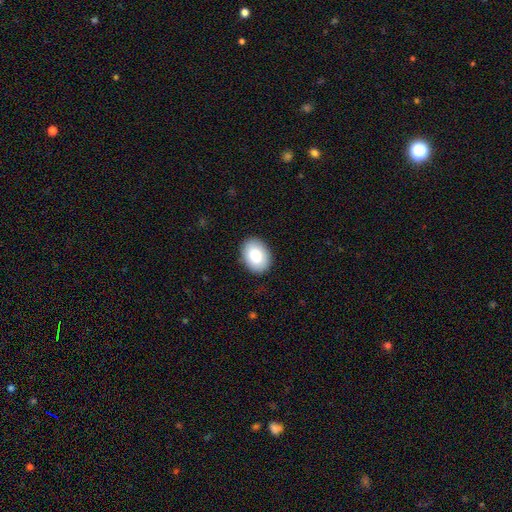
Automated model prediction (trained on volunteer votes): Smooth or featured: smooth — 82% (featured or disk — 11%)
How rounded: in between — 76% (round — 23%)
Merging: none — 88% (minor disturbance — 9%)